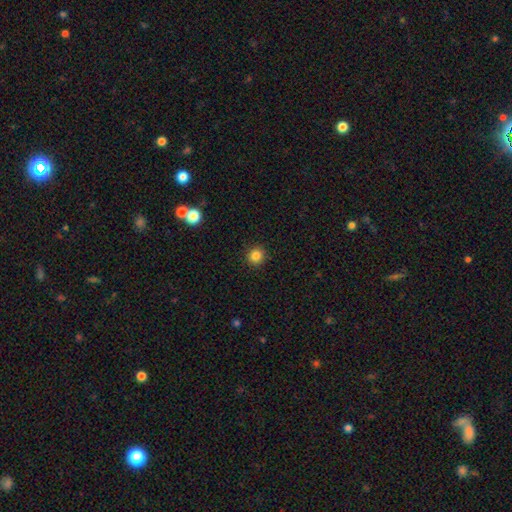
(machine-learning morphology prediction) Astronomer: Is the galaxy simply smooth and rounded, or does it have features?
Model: smooth — 84%.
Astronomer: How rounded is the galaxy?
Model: round — 93%.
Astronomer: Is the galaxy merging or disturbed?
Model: none — 92%.